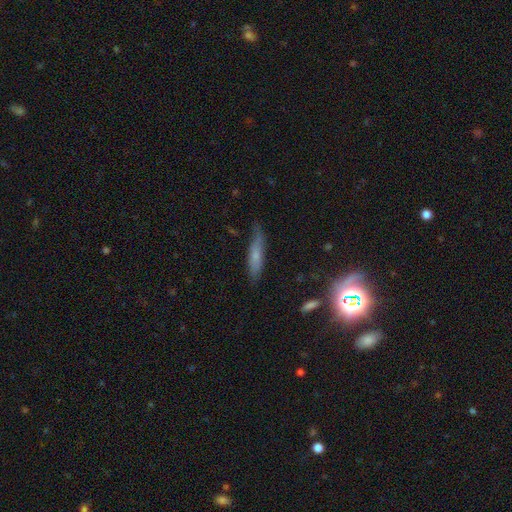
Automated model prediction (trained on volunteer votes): smooth-or-featured: smooth: 53% | featured or disk: 37% | star or artifact: 11%
  how-rounded: cigar-shaped: 76% | in between: 22% | round: 3%
  merging: none: 64% | minor disturbance: 27% | major disturbance: 7% | merger: 2%